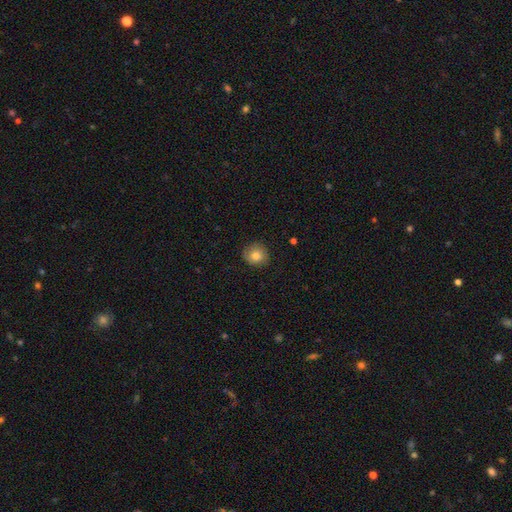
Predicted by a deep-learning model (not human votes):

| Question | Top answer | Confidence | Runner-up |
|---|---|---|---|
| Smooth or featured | smooth | 77% | featured or disk (13%) |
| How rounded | round | 89% | in between (10%) |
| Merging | none | 83% | minor disturbance (13%) |